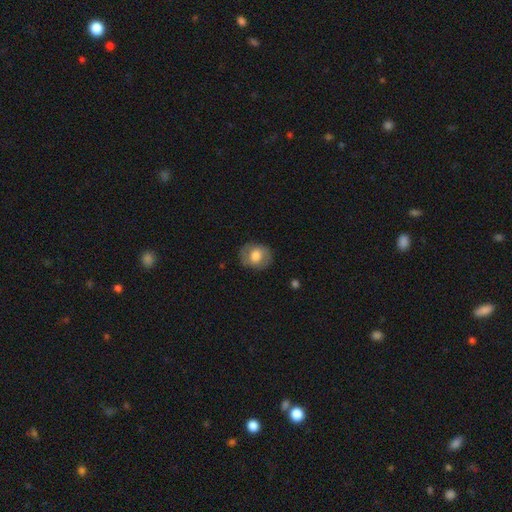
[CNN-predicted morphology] smooth-or-featured: smooth: 67% | featured or disk: 26% | star or artifact: 8%
  how-rounded: round: 63% | in between: 36% | cigar-shaped: 1%
  merging: none: 82% | minor disturbance: 12% | major disturbance: 4% | merger: 1%